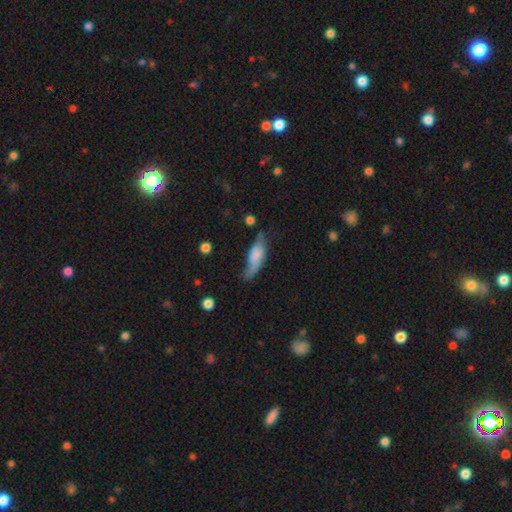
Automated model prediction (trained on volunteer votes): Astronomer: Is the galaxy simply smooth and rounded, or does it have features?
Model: smooth — 59%.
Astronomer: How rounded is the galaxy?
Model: in between — 62%.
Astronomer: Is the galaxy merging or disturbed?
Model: none — 38%, tied with minor disturbance at 38%.